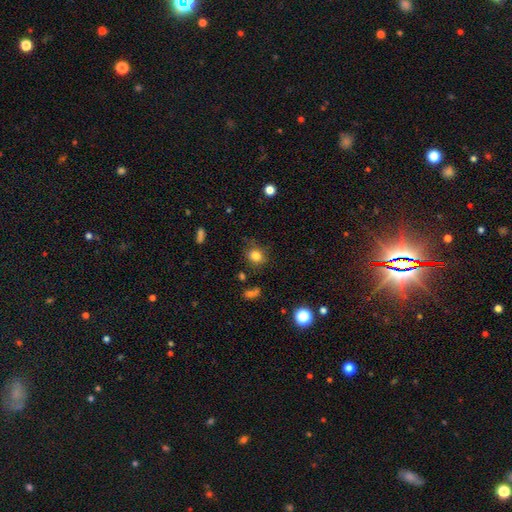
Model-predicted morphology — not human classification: Overall: smooth (81%). How rounded: round (71%). Merging: none (76%).